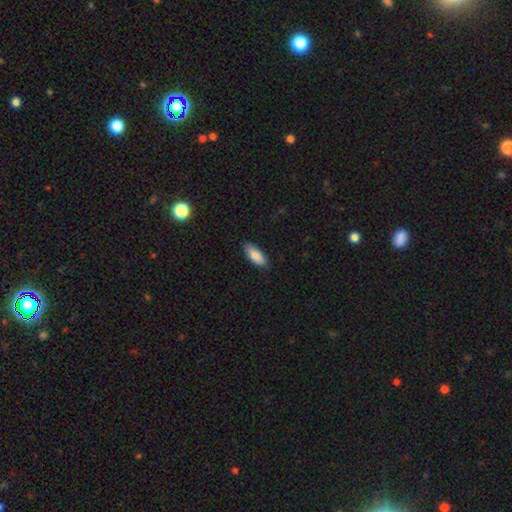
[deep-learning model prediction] smooth-or-featured: smooth: 87% | featured or disk: 7% | star or artifact: 6%
  how-rounded: in between: 78% | cigar-shaped: 21% | round: 2%
  merging: none: 85% | minor disturbance: 12% | major disturbance: 2% | merger: 1%